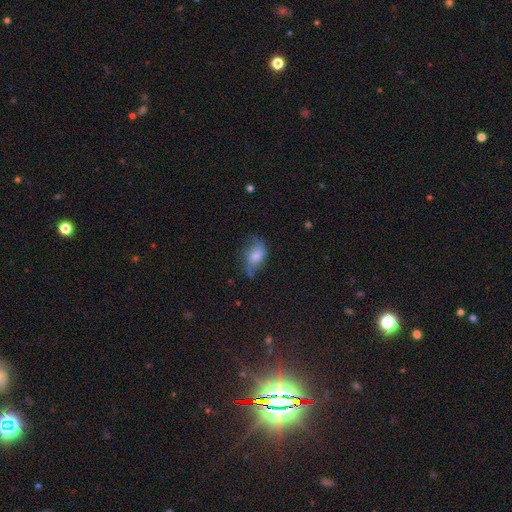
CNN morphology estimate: smooth-or-featured: smooth: 52% | featured or disk: 38% | star or artifact: 10%
  how-rounded: in between: 85% | round: 11% | cigar-shaped: 4%
  merging: none: 47% | minor disturbance: 32% | major disturbance: 18% | merger: 3%